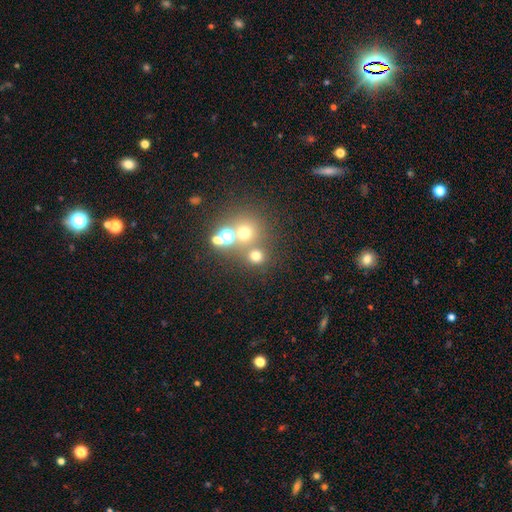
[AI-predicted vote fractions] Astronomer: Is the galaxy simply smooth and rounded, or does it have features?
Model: smooth — 66%.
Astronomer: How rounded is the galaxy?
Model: round — 88%.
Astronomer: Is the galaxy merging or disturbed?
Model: none — 63%.